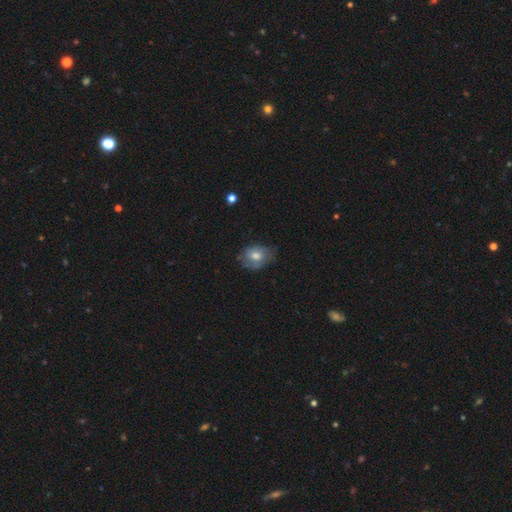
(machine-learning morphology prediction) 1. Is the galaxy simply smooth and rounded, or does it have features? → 60% smooth, 31% featured or disk, 9% star or artifact.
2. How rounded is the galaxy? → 58% in between, 41% round, 1% cigar-shaped.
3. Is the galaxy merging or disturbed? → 61% none, 28% minor disturbance, 9% major disturbance, 1% merger.